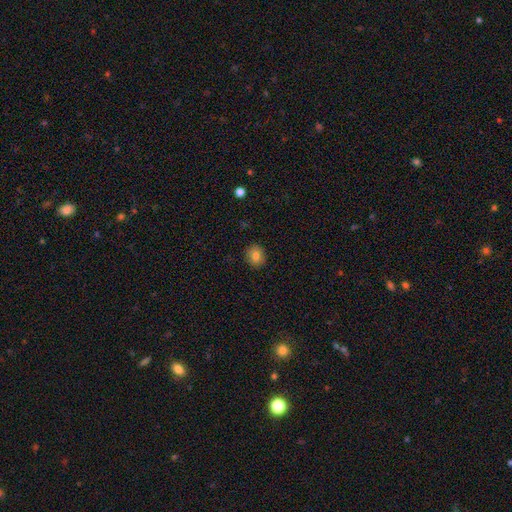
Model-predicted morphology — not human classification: The model was most divided on "how rounded": round: 79%, in between: 20%, cigar-shaped: 1%. More confident: merging — none (91%); smooth or featured — smooth (81%).